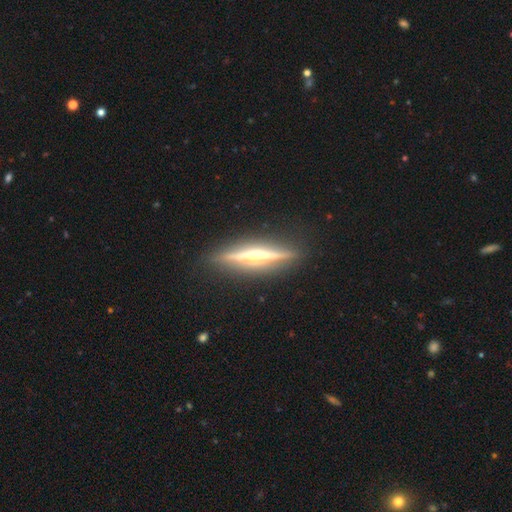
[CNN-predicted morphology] Smooth or featured?
  - featured or disk: 82% *
  - smooth: 13%
  - star or artifact: 6%
Edge-on disk?
  - yes: 97% *
  - no: 3%
Edge-on bulge?
  - rounded: 83% *
  - none: 9%
  - boxy: 7%
Merging?
  - none: 89% *
  - minor disturbance: 8%
  - major disturbance: 2%
  - merger: 1%